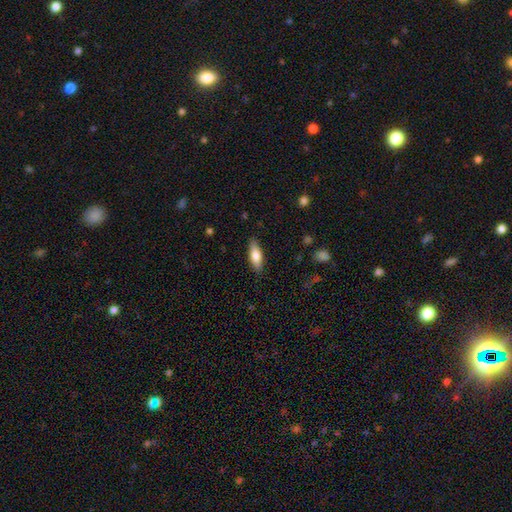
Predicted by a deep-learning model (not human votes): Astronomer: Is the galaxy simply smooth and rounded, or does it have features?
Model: smooth — 71%.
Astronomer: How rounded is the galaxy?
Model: in between — 62%.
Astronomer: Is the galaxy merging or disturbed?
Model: none — 87%.